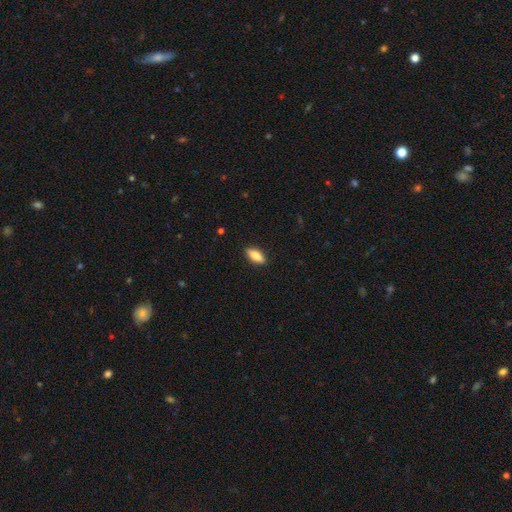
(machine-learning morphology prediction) Smooth or featured? Predicted: smooth (p=0.74). How rounded? Predicted: in between (p=0.75). Merging? Predicted: none (p=0.89).